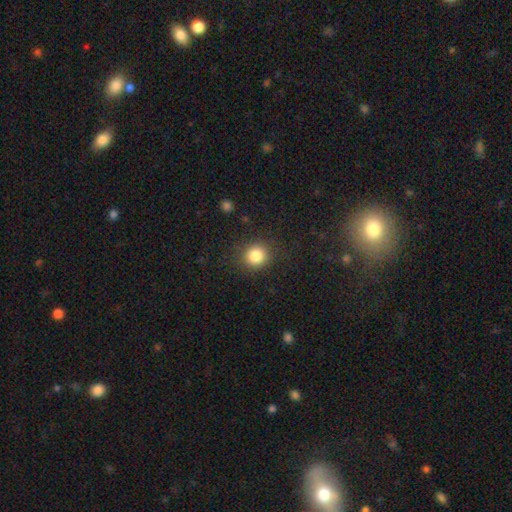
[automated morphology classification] Overall: smooth (84%). How rounded: round (86%). Merging: none (87%).